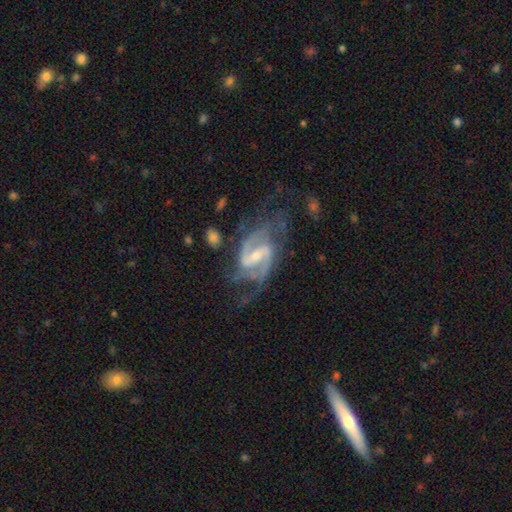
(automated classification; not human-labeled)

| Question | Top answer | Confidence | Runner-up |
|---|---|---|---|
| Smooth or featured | featured or disk | 92% | star or artifact (5%) |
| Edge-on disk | no | 97% | yes (3%) |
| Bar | strong | 49% | weak (41%) |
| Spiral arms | yes | 98% | no (2%) |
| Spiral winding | medium | 55% | loose (25%) |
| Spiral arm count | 2 | 83% | 3 (5%) |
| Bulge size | small | 58% | moderate (36%) |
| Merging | none | 60% | minor disturbance (20%) |